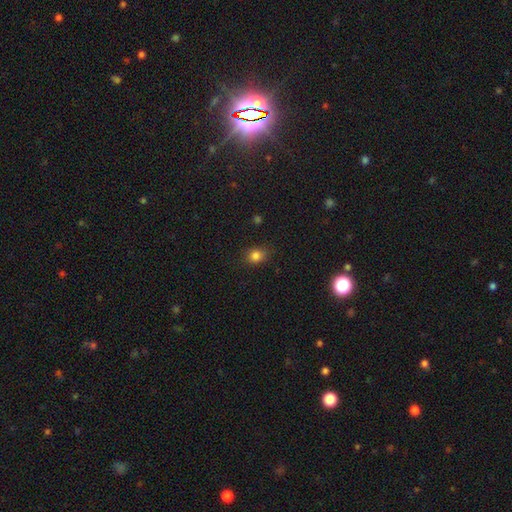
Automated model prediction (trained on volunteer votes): The model was most divided on "how rounded": round: 63%, in between: 36%, cigar-shaped: 1%. More confident: smooth or featured — smooth (81%); merging — none (80%).